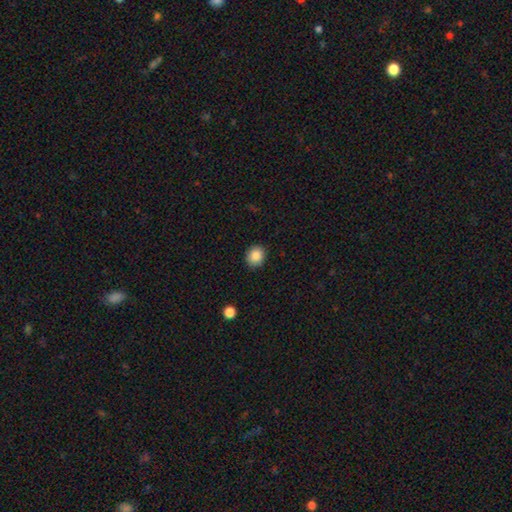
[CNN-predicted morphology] A smooth galaxy with no disk features (87%) that is round (75%). Merging: none (89%).